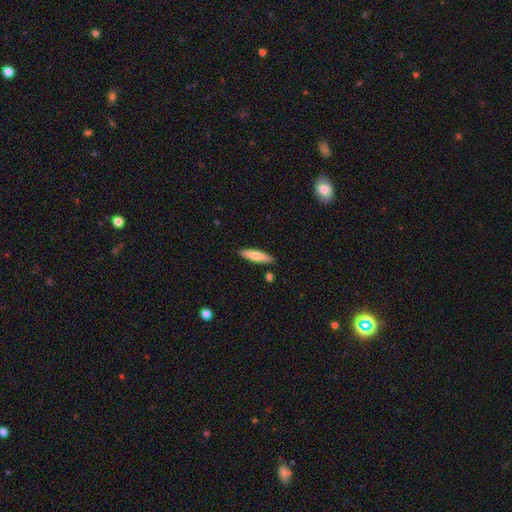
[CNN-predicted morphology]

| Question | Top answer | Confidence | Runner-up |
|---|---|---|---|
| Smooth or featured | smooth | 73% | featured or disk (22%) |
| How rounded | cigar-shaped | 71% | in between (27%) |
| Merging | none | 87% | minor disturbance (9%) |